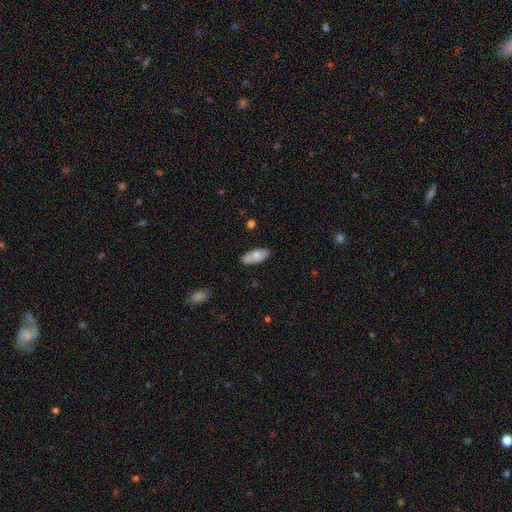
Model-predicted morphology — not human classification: This is likely a smooth galaxy (69%). How rounded: clearly in between (85%). Merging: likely none (72%).